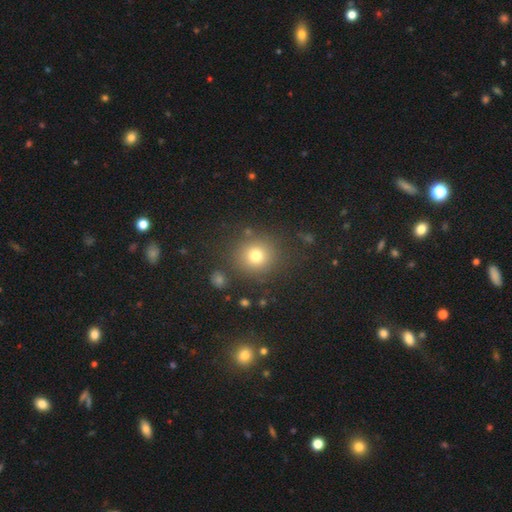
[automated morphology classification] smooth-or-featured: smooth: 75% | star or artifact: 16% | featured or disk: 9%
  how-rounded: round: 91% | in between: 8% | cigar-shaped: 1%
  merging: none: 84% | minor disturbance: 8% | major disturbance: 4% | merger: 3%